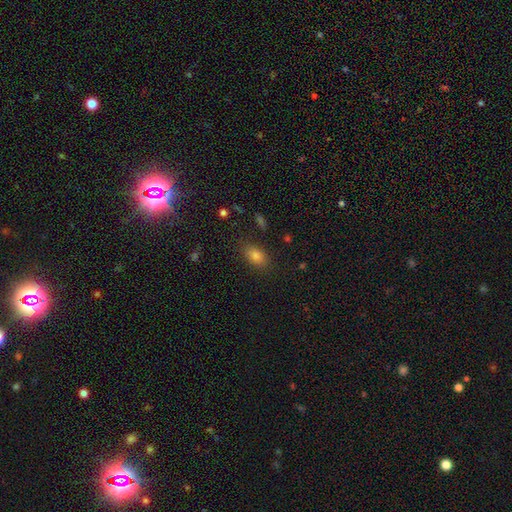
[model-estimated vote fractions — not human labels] This is likely a smooth galaxy (79%). How rounded: clearly in between (84%). Merging: clearly none (84%).